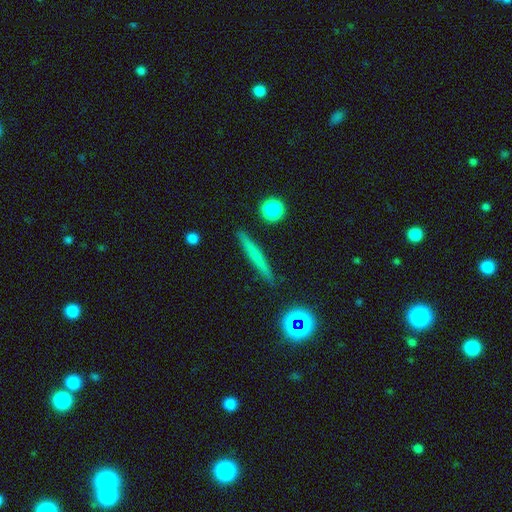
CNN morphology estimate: The model was most divided on "smooth or featured": smooth: 54%, featured or disk: 37%, star or artifact: 10%. More confident: how rounded — cigar-shaped (93%); merging — none (90%).